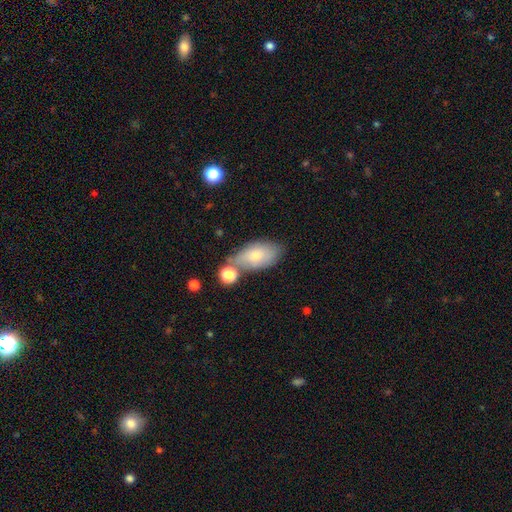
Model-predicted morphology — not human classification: A smooth galaxy with no disk features (70%) that is in between round and cigar-shaped (91%).

Vote fractions:
- Smooth or featured? smooth: 70% / featured or disk: 23% / star or artifact: 7%
- How rounded? in between: 91% / round: 5% / cigar-shaped: 4%
- Merging? none: 54% / minor disturbance: 21% / merger: 18% / major disturbance: 7%